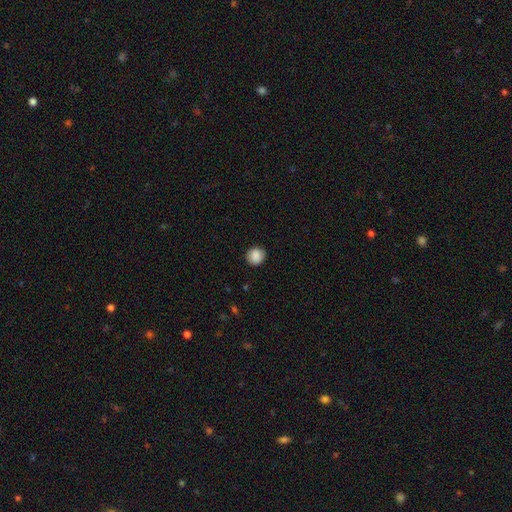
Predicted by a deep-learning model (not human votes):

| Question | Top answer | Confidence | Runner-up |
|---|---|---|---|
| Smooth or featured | smooth | 88% | star or artifact (8%) |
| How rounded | round | 89% | in between (10%) |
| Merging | none | 89% | minor disturbance (8%) |